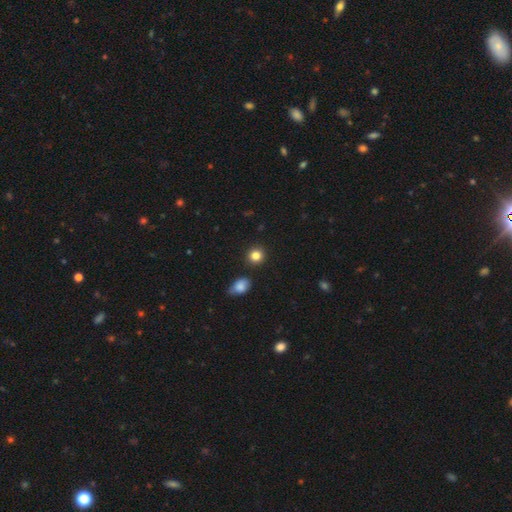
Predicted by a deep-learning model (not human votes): This is clearly a smooth galaxy (84%). How rounded: clearly round (88%). Merging: clearly none (87%).